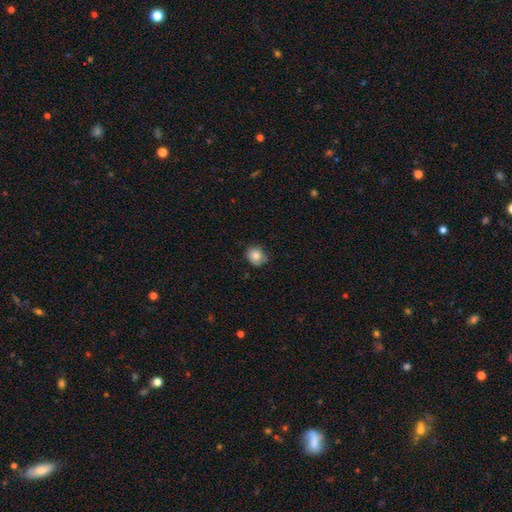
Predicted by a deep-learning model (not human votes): Smooth or featured: smooth — 83% (star or artifact — 9%)
How rounded: round — 75% (in between — 24%)
Merging: none — 71% (minor disturbance — 23%)